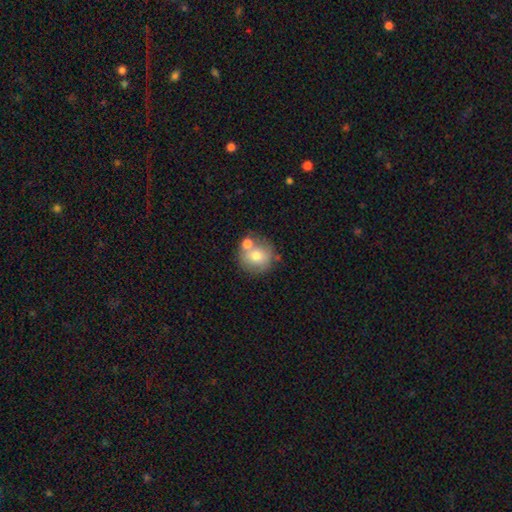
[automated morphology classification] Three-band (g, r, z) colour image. It shows a smooth galaxy with no disk features (70%) that is round (88%). Merging: none (59%).